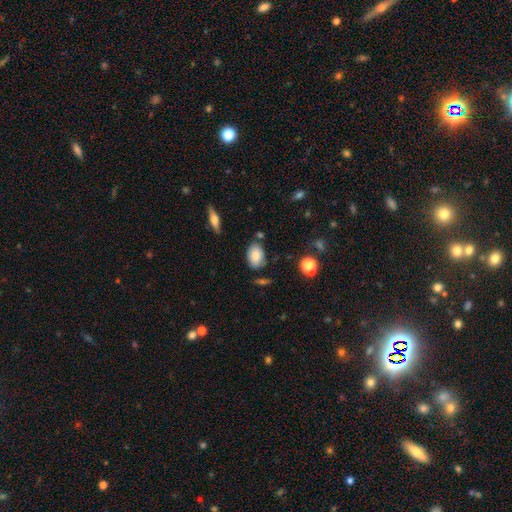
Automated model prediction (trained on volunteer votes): Overall: smooth (81%). How rounded: in between (85%). Merging: none (75%).